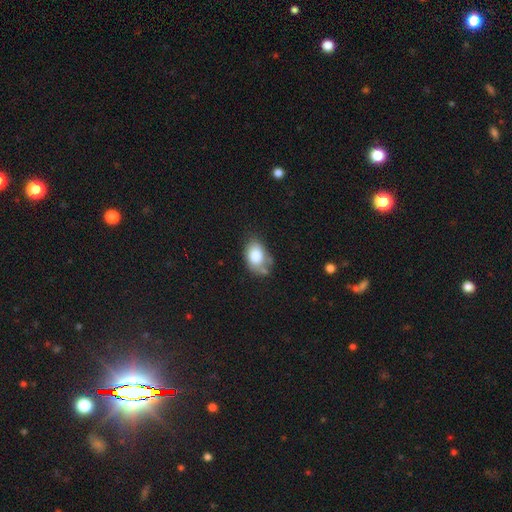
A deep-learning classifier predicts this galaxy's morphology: This appears to be a smooth galaxy with no disk features (79%) that is in between round and cigar-shaped (81%). Merging: none (48%).